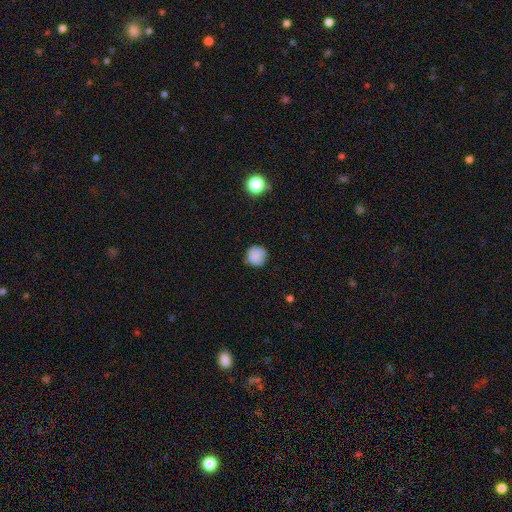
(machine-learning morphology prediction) type=smooth (76%); roundness=round (91%); merging=none (75%).